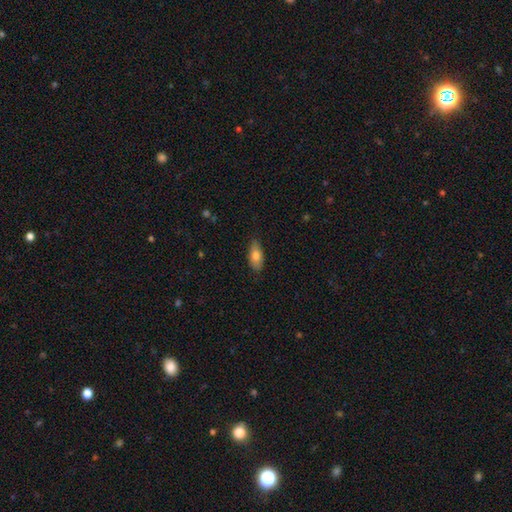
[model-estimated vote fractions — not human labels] smooth 78%, featured or disk 16%, star or artifact 7%. Down the decision tree: how rounded — in between (85%); merging — none (81%).